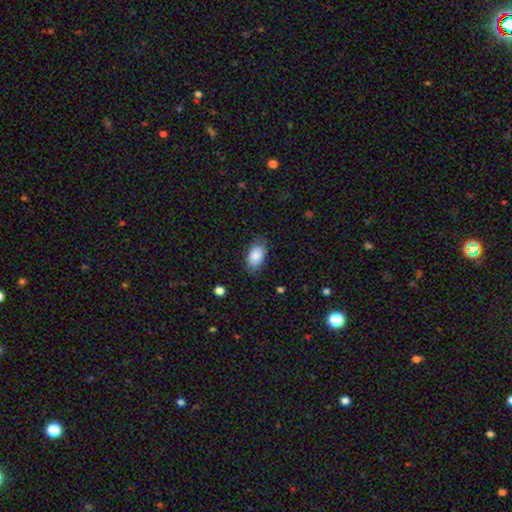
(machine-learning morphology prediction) Smooth or featured?
  - smooth: 84% *
  - featured or disk: 9%
  - star or artifact: 7%
How rounded?
  - in between: 90% *
  - round: 9%
  - cigar-shaped: 1%
Merging?
  - none: 74% *
  - minor disturbance: 20%
  - major disturbance: 6%
  - merger: 1%